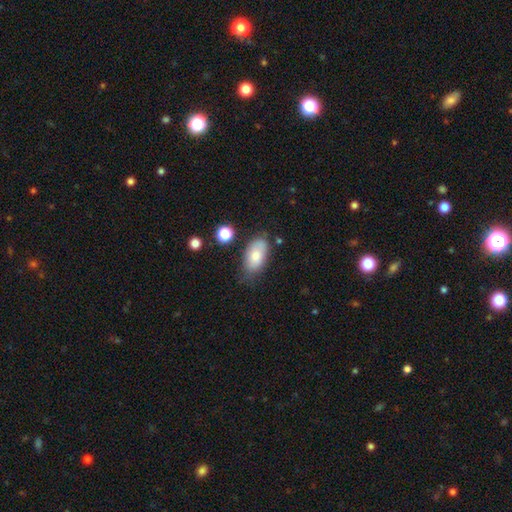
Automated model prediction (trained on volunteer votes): This appears to be a smooth galaxy with no disk features (76%) that is in between round and cigar-shaped (92%). Merging: none (64%).